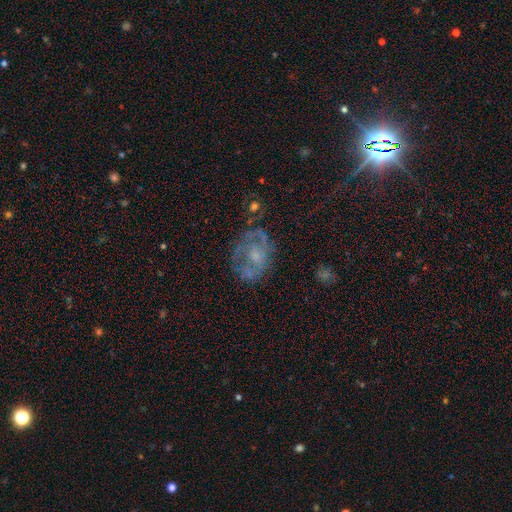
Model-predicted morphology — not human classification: Smooth or featured?
  - featured or disk: 63% *
  - smooth: 26%
  - star or artifact: 11%
Edge-on disk?
  - no: 97% *
  - yes: 3%
Bar?
  - no: 76% *
  - weak: 20%
  - strong: 4%
Spiral arms?
  - yes: 52% *
  - no: 48%
Bulge size?
  - small: 36% *
  - moderate: 35%
  - none: 22%
  - large: 5%
  - dominant: 2%
Merging?
  - none: 55% *
  - minor disturbance: 22%
  - major disturbance: 18%
  - merger: 5%